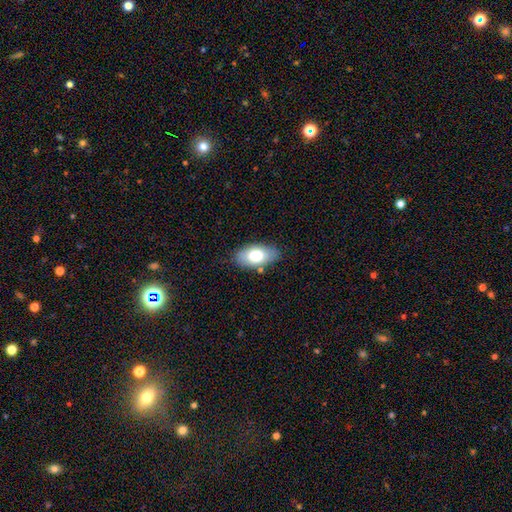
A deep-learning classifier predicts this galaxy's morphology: A smooth galaxy with no disk features (74%) that is in between round and cigar-shaped (93%). Merging: none (82%).